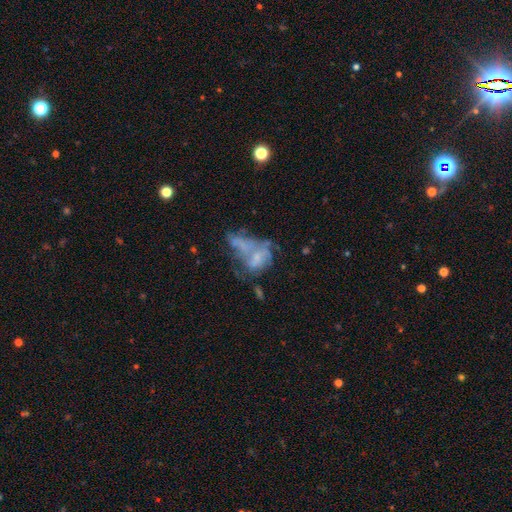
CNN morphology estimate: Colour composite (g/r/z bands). It shows a featured or disk galaxy (54%) with no bar (81%), no spiral arms (72%) and no central bulge (44%). Merging: merger (45%).